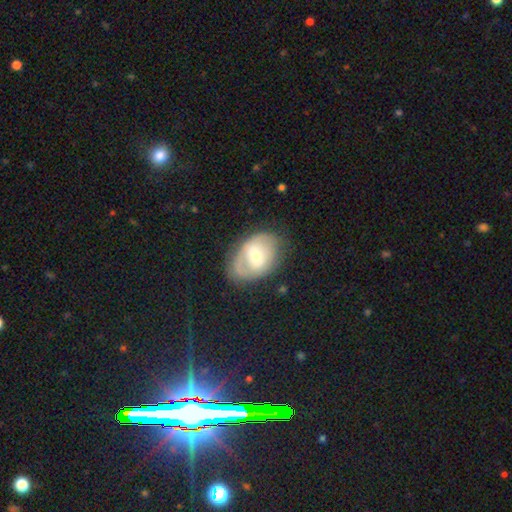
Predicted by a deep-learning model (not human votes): Q: Smooth or featured?
A: featured or disk (47%); runner-up: smooth (46%)
Q: Merging?
A: none (63%); runner-up: minor disturbance (23%)